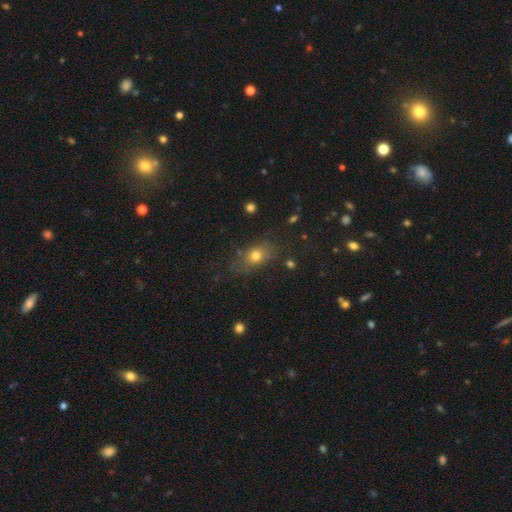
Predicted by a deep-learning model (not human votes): Smooth or featured?
  - smooth: 74% *
  - star or artifact: 14%
  - featured or disk: 12%
How rounded?
  - in between: 59% *
  - round: 37%
  - cigar-shaped: 4%
Merging?
  - none: 70% *
  - minor disturbance: 18%
  - major disturbance: 8%
  - merger: 3%